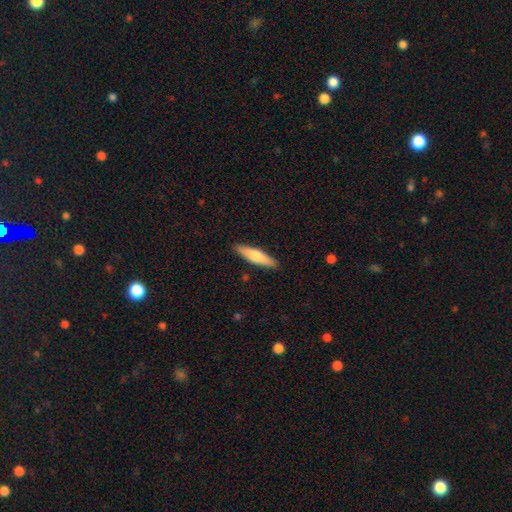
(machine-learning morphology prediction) A smooth galaxy with no disk features (65%) that is cigar-shaped (75%). Merging: none (90%).